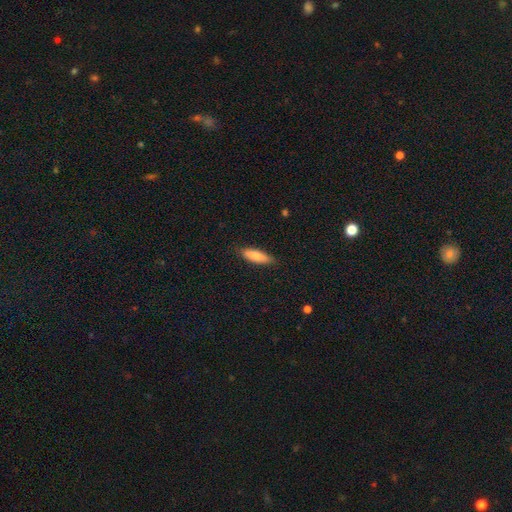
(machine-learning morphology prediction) Smooth or featured?
  - smooth: 81% *
  - featured or disk: 13%
  - star or artifact: 6%
How rounded?
  - cigar-shaped: 53% *
  - in between: 46%
  - round: 2%
Merging?
  - none: 85% *
  - minor disturbance: 12%
  - major disturbance: 2%
  - merger: 1%